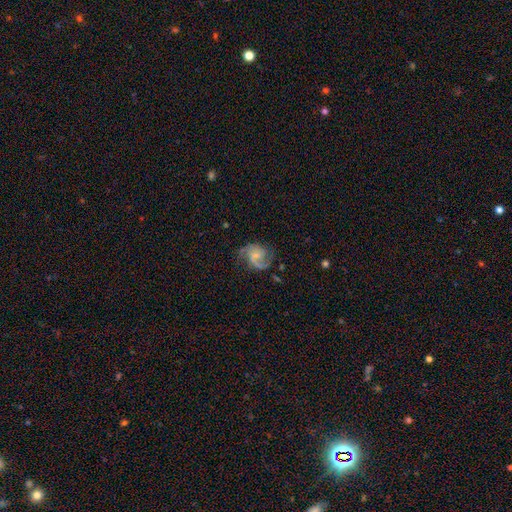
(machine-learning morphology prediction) A featured or disk galaxy (84%) with no bar (57%), 2 (83%) medium (53%) spiral arms (96%) and a small central bulge (55%).

Vote fractions:
- Smooth or featured? featured or disk: 84% / smooth: 10% / star or artifact: 6%
- Edge-on disk? no: 98% / yes: 2%
- Bar? no: 57% / weak: 36% / strong: 7%
- Spiral arms? yes: 96% / no: 4%
- Spiral winding? medium: 53% / loose: 26% / tight: 21%
- Spiral arm count? 2: 83% / 1: 8% / can't tell: 4% / 3: 3% / 4: 1% / more than 4: 1%
- Bulge size? small: 55% / none: 22% / moderate: 20% / large: 2% / dominant: 1%
- Merging? none: 65% / minor disturbance: 20% / major disturbance: 14% / merger: 2%